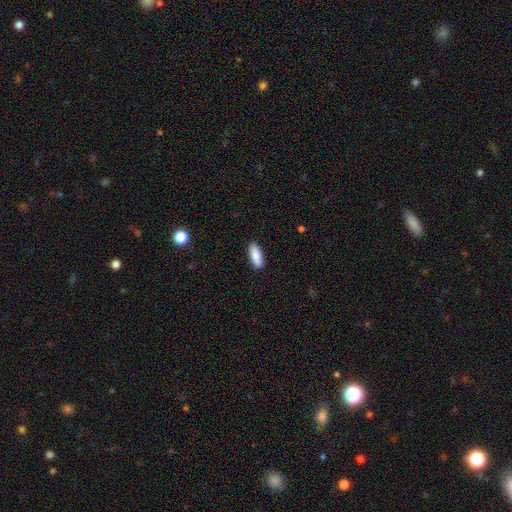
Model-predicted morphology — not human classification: This is clearly a smooth galaxy (89%). How rounded: likely in between (74%). Merging: clearly none (90%).